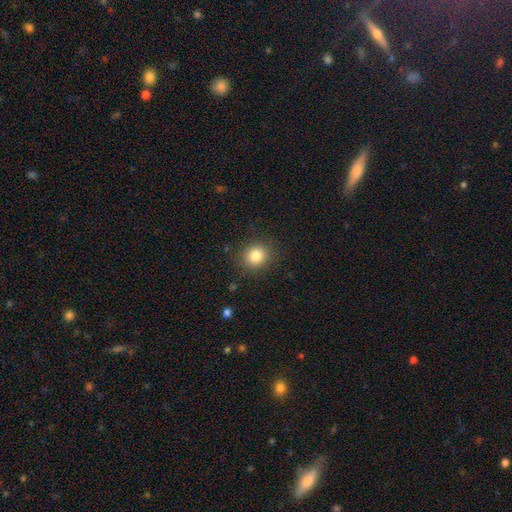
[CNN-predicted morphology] Smooth or featured?
  - smooth: 83% *
  - star or artifact: 11%
  - featured or disk: 6%
How rounded?
  - round: 82% *
  - in between: 17%
  - cigar-shaped: 1%
Merging?
  - none: 88% *
  - minor disturbance: 8%
  - major disturbance: 3%
  - merger: 1%